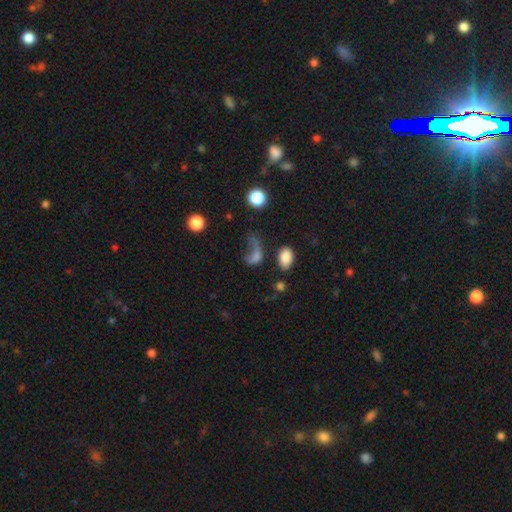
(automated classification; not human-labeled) The model was most divided on "merging": major disturbance: 44%, none: 29%, minor disturbance: 15%, merger: 13%. More confident: how rounded — in between (64%); smooth or featured — smooth (57%).